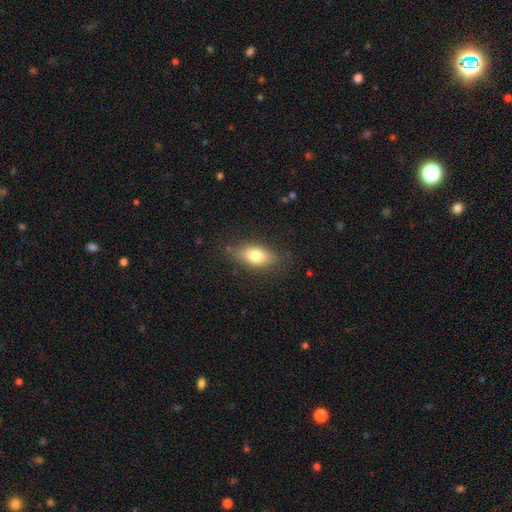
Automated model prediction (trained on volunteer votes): Morphology: type=smooth (76%); roundness=in between (84%); merging=none (79%).